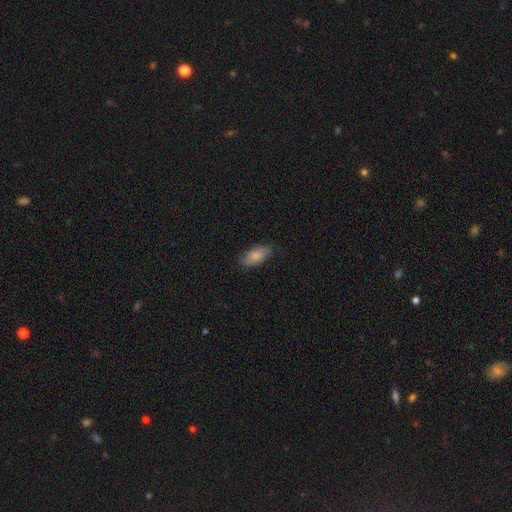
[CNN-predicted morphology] Smooth or featured: smooth — 81% (featured or disk — 12%)
How rounded: in between — 89% (cigar-shaped — 9%)
Merging: none — 80% (minor disturbance — 16%)